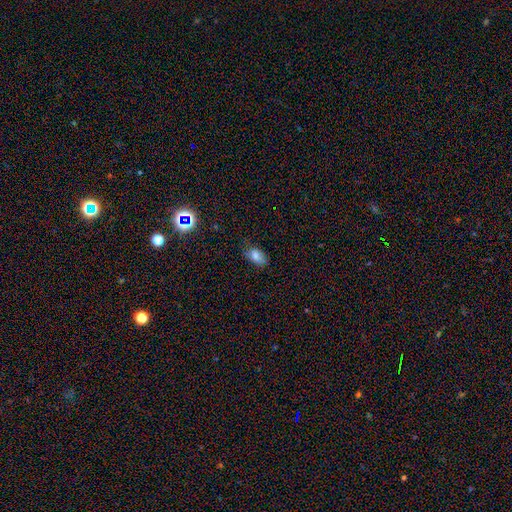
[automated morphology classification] smooth 78%, star or artifact 12%, featured or disk 10%. Down the decision tree: how rounded — in between (89%); merging — none (73%).